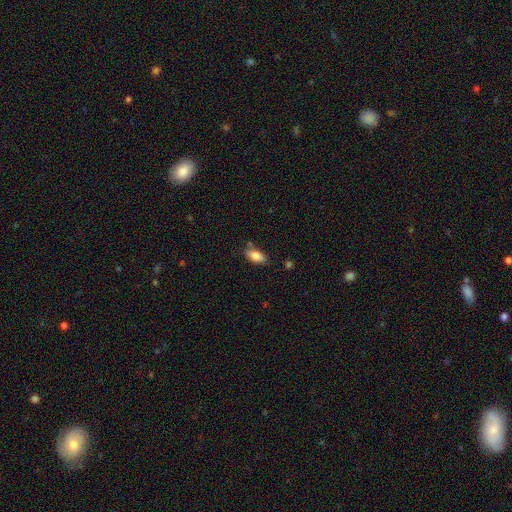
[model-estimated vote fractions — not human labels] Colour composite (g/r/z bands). It shows a smooth galaxy with no disk features (84%) that is in between round and cigar-shaped (89%). Merging: none (74%).